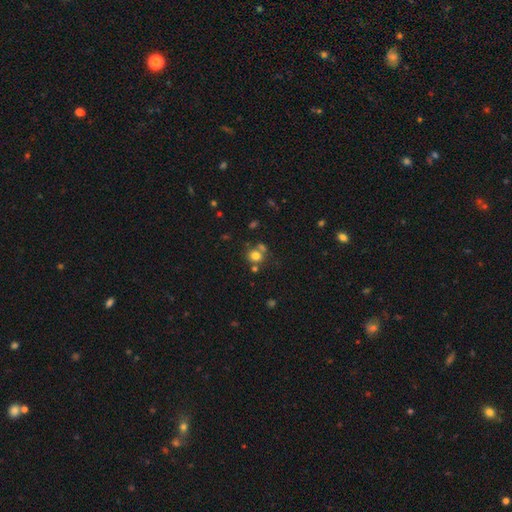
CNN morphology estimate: The model was most divided on "merging": none: 58%, merger: 27%, minor disturbance: 10%, major disturbance: 5%. More confident: how rounded — round (82%); smooth or featured — smooth (73%).